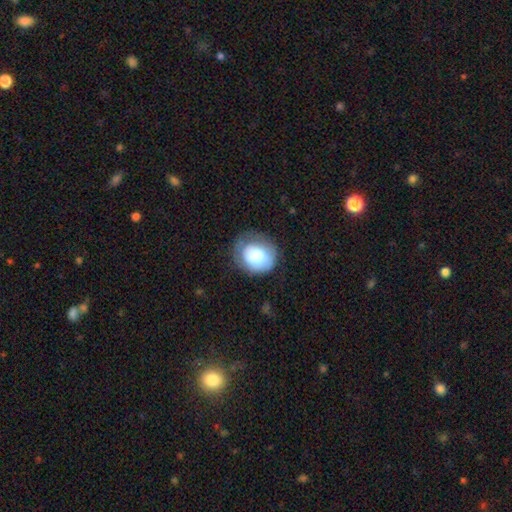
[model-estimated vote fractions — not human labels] smooth 70%, featured or disk 22%, star or artifact 8%. Down the decision tree: how rounded — round (66%); merging — none (59%).